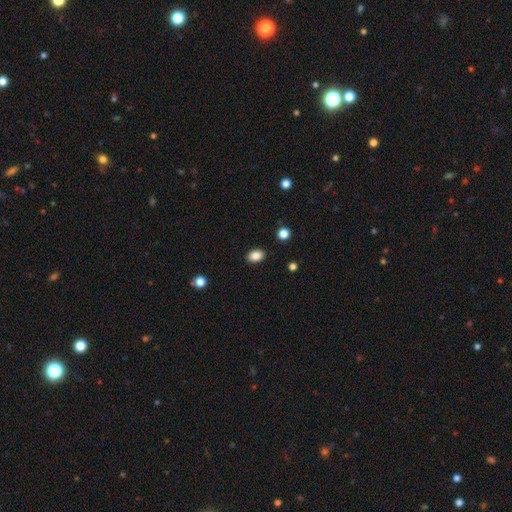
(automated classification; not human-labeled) smooth 87%, star or artifact 9%, featured or disk 4%. Down the decision tree: how rounded — in between (77%); merging — none (89%).